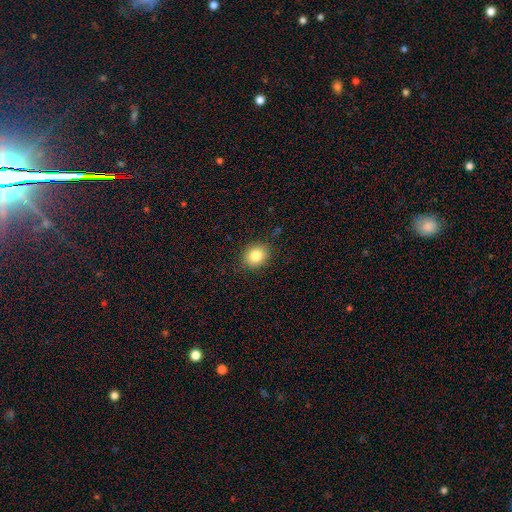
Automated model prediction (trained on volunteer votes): smooth 82%, star or artifact 10%, featured or disk 7%. Down the decision tree: how rounded — round (65%); merging — none (87%).